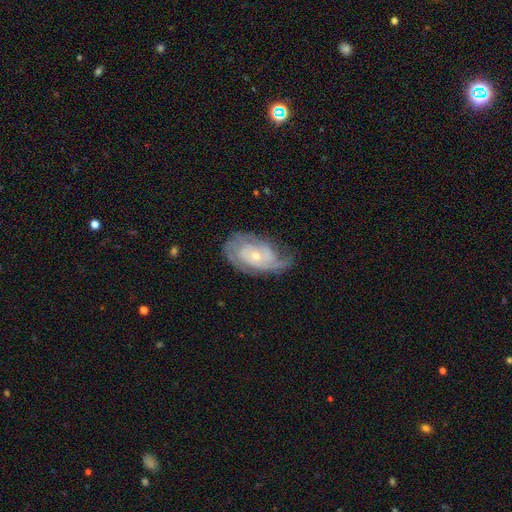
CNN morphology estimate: featured or disk 85%, smooth 9%, star or artifact 5%. Down the decision tree: edge-on disk — no (96%); bar — no (71%); spiral arms — yes (96%); spiral arm count — 2 (31%); spiral winding — tight (62%); bulge size — small (69%); merging — none (67%).